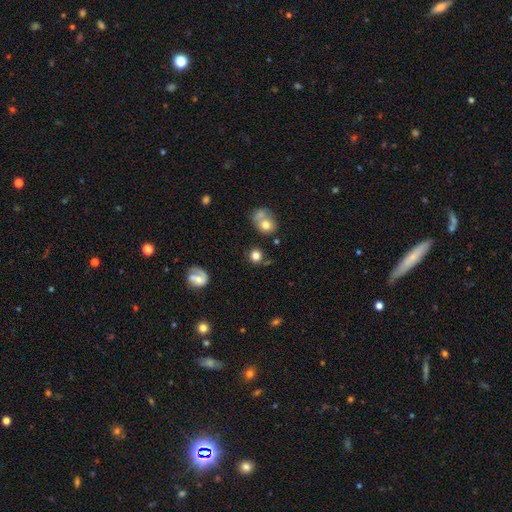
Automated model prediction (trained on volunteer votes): This appears to be a smooth galaxy with no disk features (78%) that is round (87%). Merging: none (70%).